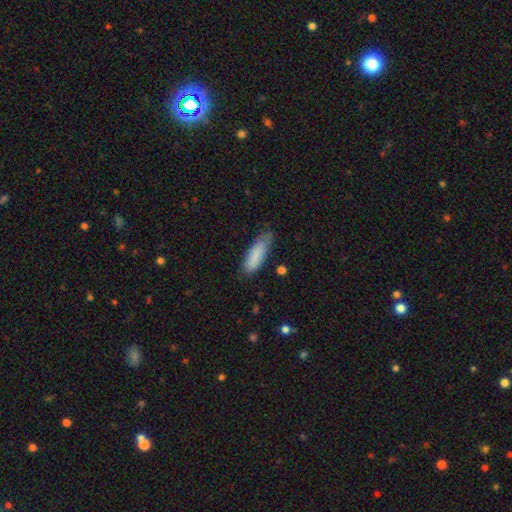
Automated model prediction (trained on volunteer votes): Smooth or featured?
  - smooth: 85% *
  - featured or disk: 9%
  - star or artifact: 6%
How rounded?
  - in between: 53% *
  - cigar-shaped: 46%
  - round: 1%
Merging?
  - none: 64% *
  - minor disturbance: 28%
  - major disturbance: 6%
  - merger: 2%